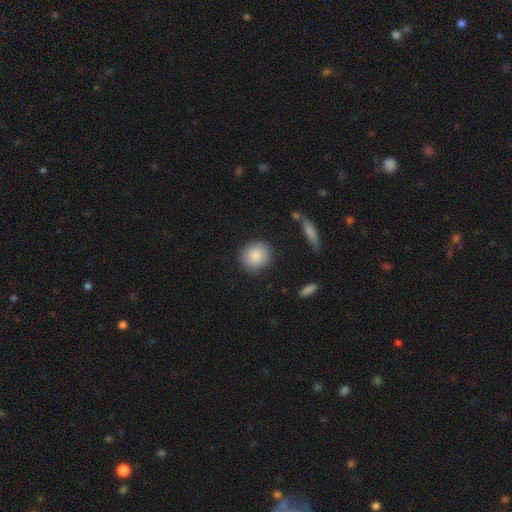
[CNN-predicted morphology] A smooth galaxy with no disk features (87%) that is round (82%).

Vote fractions:
- Smooth or featured? smooth: 87% / star or artifact: 7% / featured or disk: 6%
- How rounded? round: 82% / in between: 16% / cigar-shaped: 1%
- Merging? none: 87% / minor disturbance: 9% / major disturbance: 3% / merger: 2%